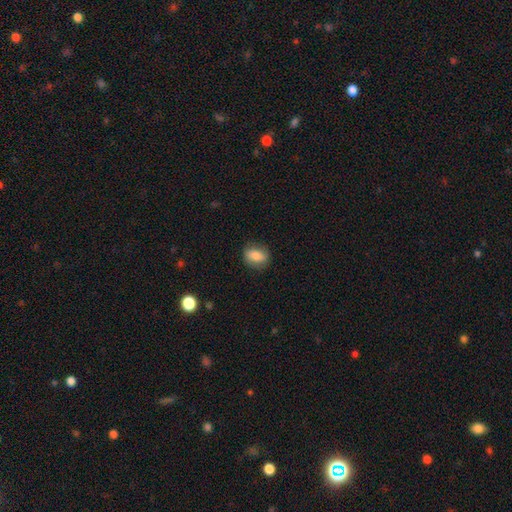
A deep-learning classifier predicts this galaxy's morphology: Smooth or featured?
  - smooth: 74% *
  - featured or disk: 18%
  - star or artifact: 8%
How rounded?
  - in between: 61% *
  - round: 37%
  - cigar-shaped: 2%
Merging?
  - none: 83% *
  - minor disturbance: 13%
  - major disturbance: 3%
  - merger: 1%